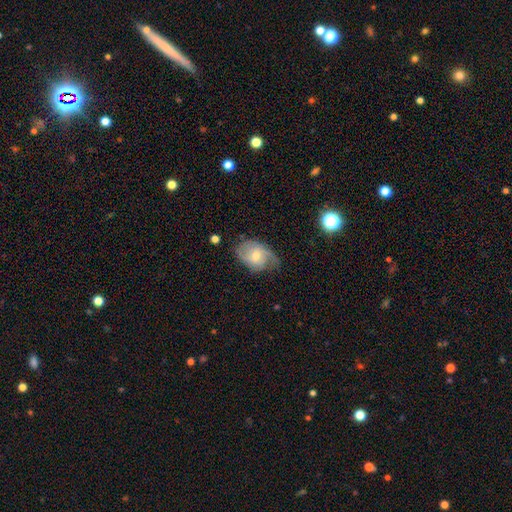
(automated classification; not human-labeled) featured or disk 57%, smooth 35%, star or artifact 8%. Down the decision tree: edge-on disk — no (94%); bar — no (67%); spiral arms — yes (81%); bulge size — moderate (51%); merging — none (54%).